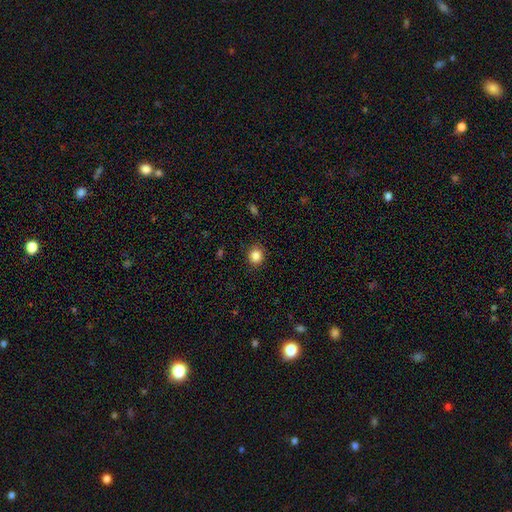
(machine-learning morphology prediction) The model was most divided on "how rounded": round: 82%, in between: 17%, cigar-shaped: 1%. More confident: merging — none (88%); smooth or featured — smooth (85%).